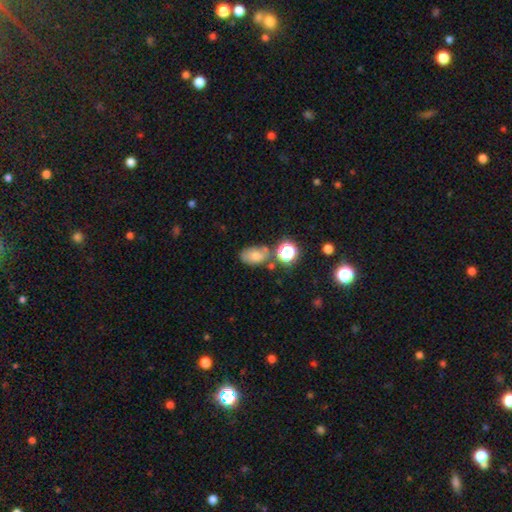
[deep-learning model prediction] smooth 56%, star or artifact 25%, featured or disk 19%. Down the decision tree: how rounded — in between (78%); merging — none (66%).